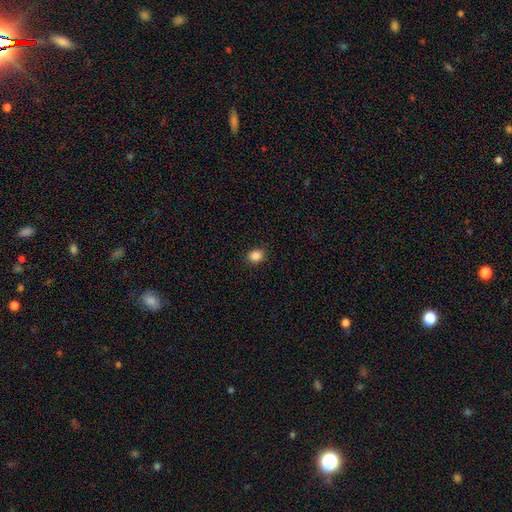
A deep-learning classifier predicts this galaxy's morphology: smooth 86%, star or artifact 10%, featured or disk 3%. Down the decision tree: how rounded — round (56%); merging — none (90%).